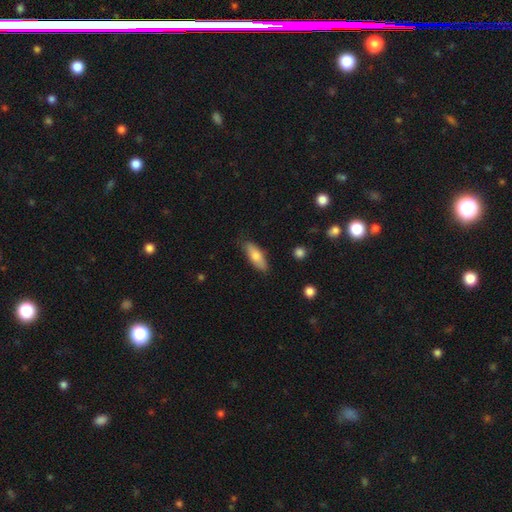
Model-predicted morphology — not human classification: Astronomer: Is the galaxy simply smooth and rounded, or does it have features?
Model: smooth — 73%.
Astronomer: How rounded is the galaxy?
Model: in between — 65%.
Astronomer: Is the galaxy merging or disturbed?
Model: none — 81%.